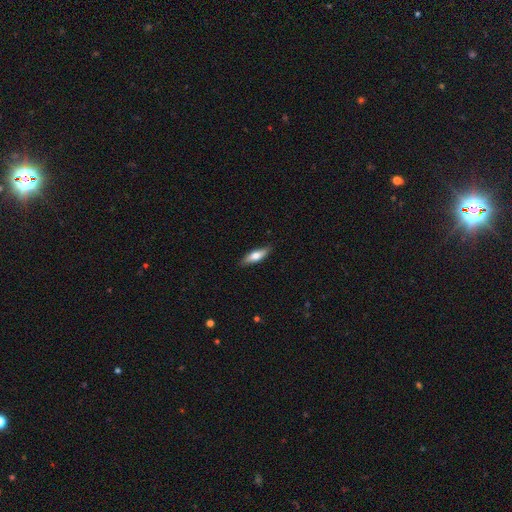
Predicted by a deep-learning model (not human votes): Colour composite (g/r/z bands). It shows a smooth galaxy with no disk features (66%) that is in between round and cigar-shaped (49%). Merging: none (85%).